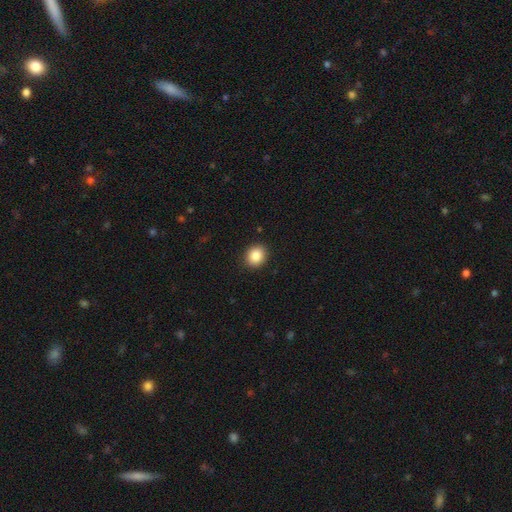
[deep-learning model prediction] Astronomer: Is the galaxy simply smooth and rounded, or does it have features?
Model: smooth — 87%.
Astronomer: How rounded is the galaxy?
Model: round — 70%.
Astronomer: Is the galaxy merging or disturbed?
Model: none — 91%.